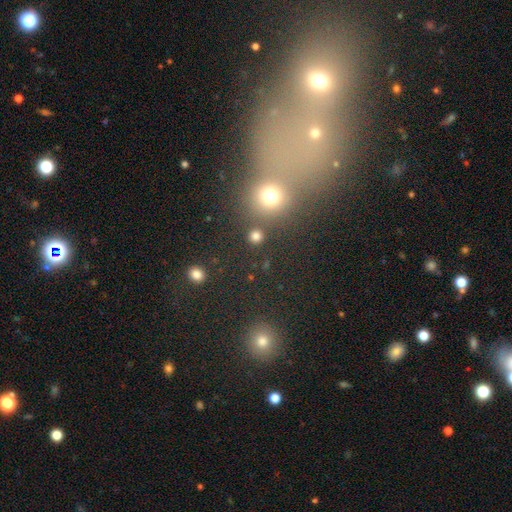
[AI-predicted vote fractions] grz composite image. It shows a star or artifact, not a galaxy (48%).